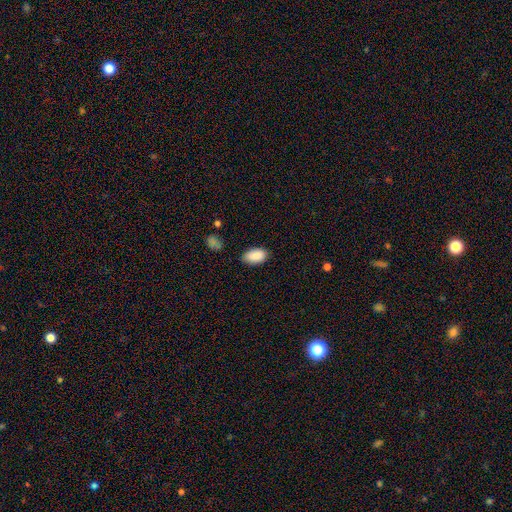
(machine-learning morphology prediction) Smooth or featured?
  - smooth: 89% *
  - star or artifact: 7%
  - featured or disk: 4%
How rounded?
  - in between: 94% *
  - round: 4%
  - cigar-shaped: 2%
Merging?
  - none: 81% *
  - minor disturbance: 15%
  - major disturbance: 3%
  - merger: 2%